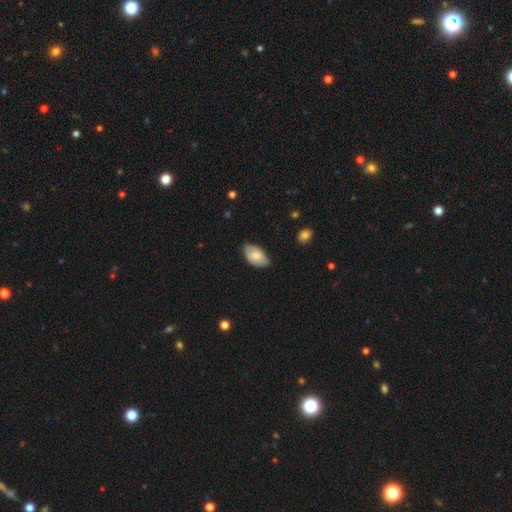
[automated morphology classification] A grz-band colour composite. It shows a smooth galaxy with no disk features (72%) that is in between round and cigar-shaped (94%). Merging: none (71%).